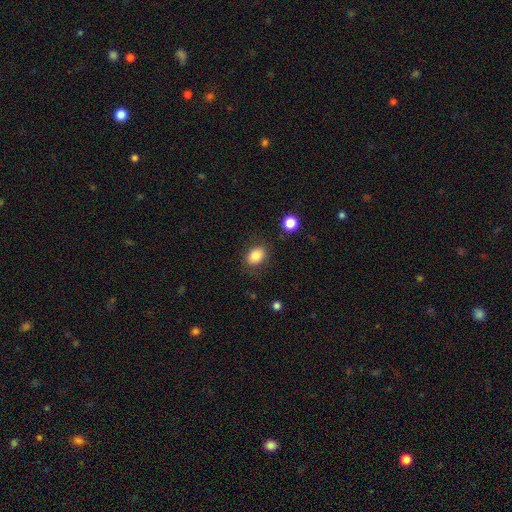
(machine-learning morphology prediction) Smooth or featured?
  - smooth: 84% *
  - star or artifact: 10%
  - featured or disk: 7%
How rounded?
  - in between: 62% *
  - round: 37%
  - cigar-shaped: 1%
Merging?
  - none: 82% *
  - minor disturbance: 12%
  - major disturbance: 4%
  - merger: 2%